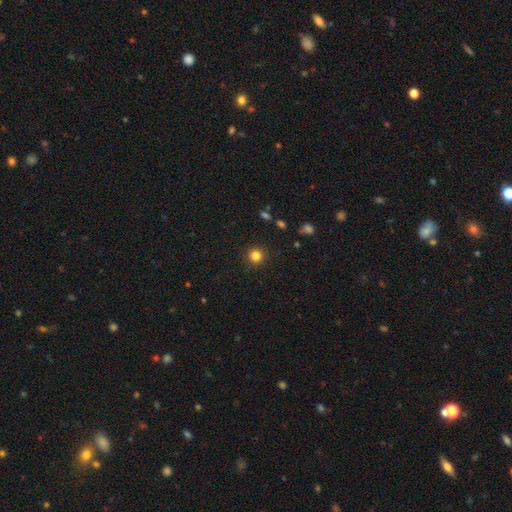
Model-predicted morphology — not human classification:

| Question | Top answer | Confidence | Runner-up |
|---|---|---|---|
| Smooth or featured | smooth | 82% | star or artifact (13%) |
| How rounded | round | 94% | in between (5%) |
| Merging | none | 91% | minor disturbance (5%) |